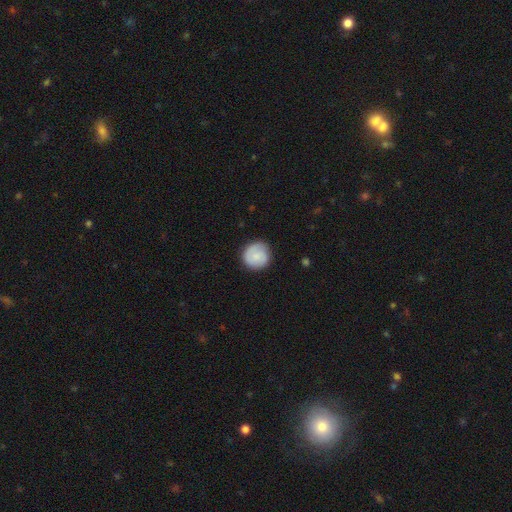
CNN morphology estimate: Overall: smooth (71%). How rounded: round (93%). Merging: none (83%).